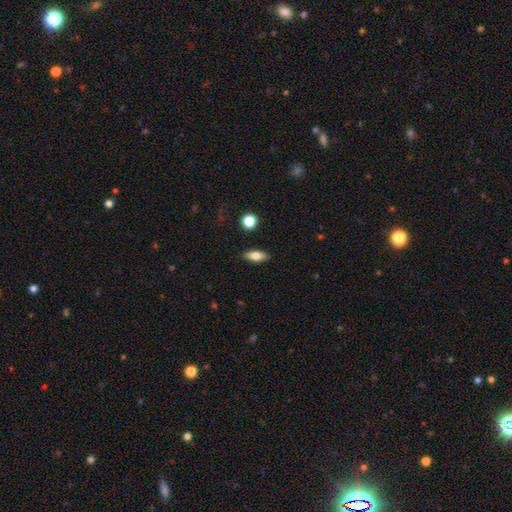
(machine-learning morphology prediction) type=smooth (69%); roundness=in between (71%); merging=none (87%).